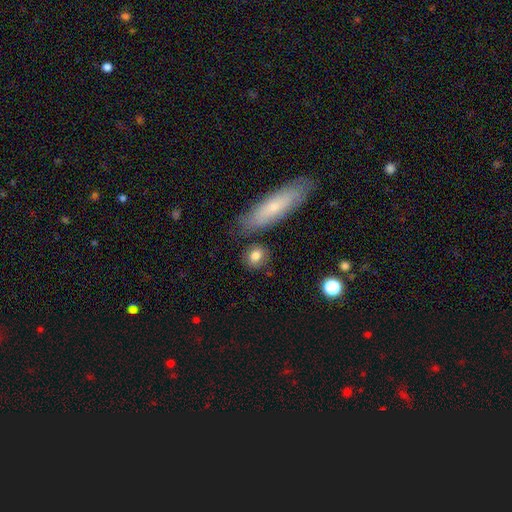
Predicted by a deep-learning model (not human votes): Smooth or featured: smooth — 82% (featured or disk — 10%)
How rounded: round — 67% (in between — 29%)
Merging: none — 77% (minor disturbance — 12%)